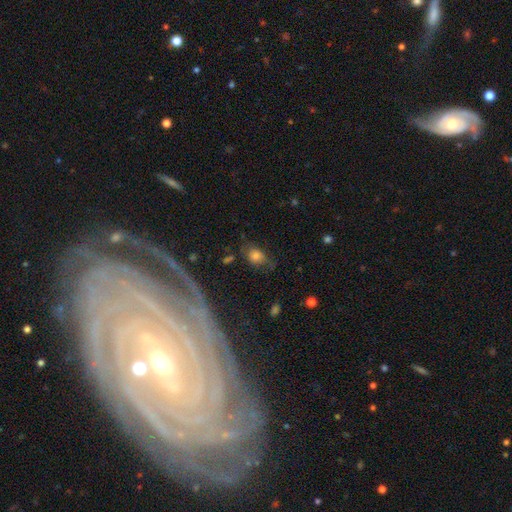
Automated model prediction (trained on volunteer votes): Overall: smooth (71%). How rounded: in between (61%; round 37%). Merging: none (61%; minor disturbance 24%).